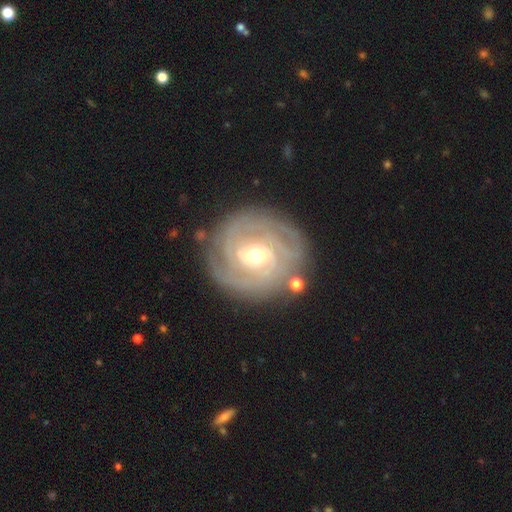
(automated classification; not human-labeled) smooth-or-featured: featured or disk: 87% | smooth: 8% | star or artifact: 5%
  disk-edge-on: no: 97% | yes: 3%
    bar: weak: 48% | no: 34% | strong: 18%
    has-spiral-arms: yes: 96% | no: 4%
      spiral-winding: tight: 78% | medium: 19% | loose: 3%
      spiral-arm-count: 3: 28% | can't tell: 25% | 2: 18% | 4: 17% | more than 4: 7% | 1: 6%
    bulge-size: moderate: 64% | small: 30% | large: 4% | none: 1% | dominant: 1%
  merging: none: 81% | minor disturbance: 13% | major disturbance: 4% | merger: 2%